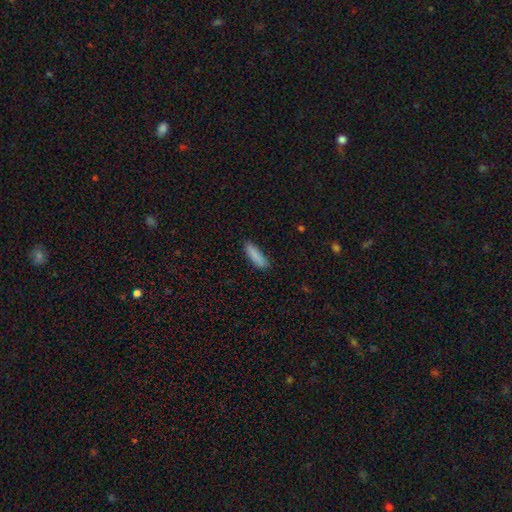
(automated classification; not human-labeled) Smooth or featured? Predicted: smooth (p=0.87). How rounded? Predicted: cigar-shaped (p=0.60). Merging? Predicted: none (p=0.84).